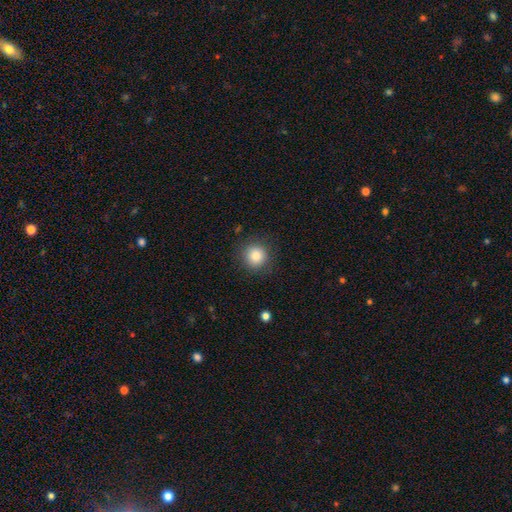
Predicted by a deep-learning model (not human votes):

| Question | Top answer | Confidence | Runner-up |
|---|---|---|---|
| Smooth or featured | smooth | 84% | star or artifact (10%) |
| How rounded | round | 92% | in between (7%) |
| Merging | none | 87% | minor disturbance (9%) |